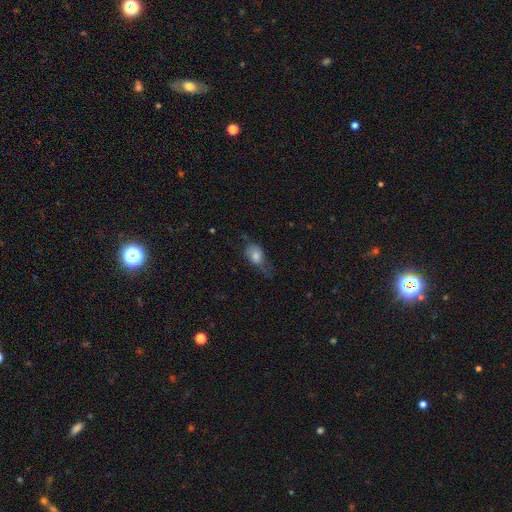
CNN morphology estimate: Smooth or featured? smooth (75%)
How rounded? in between (81%)
Merging? minor disturbance (36%)